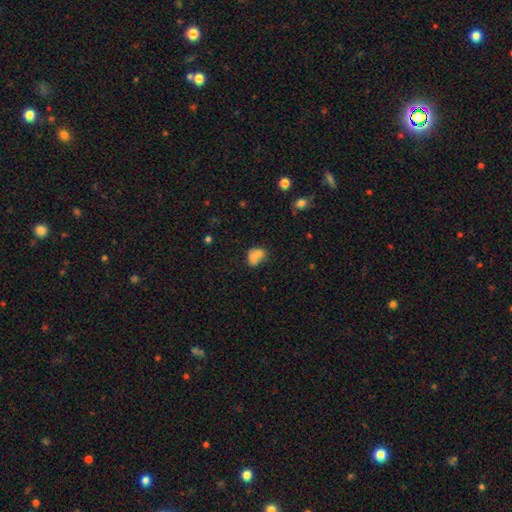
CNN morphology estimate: type=smooth (74%); roundness=in between (57%); merging=merger (46%).